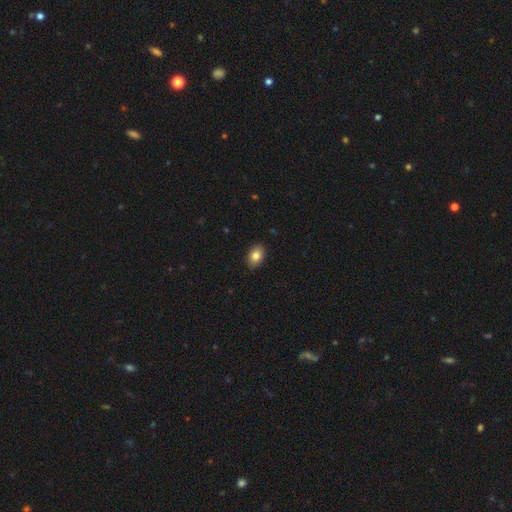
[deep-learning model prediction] Q: Smooth or featured?
A: smooth (84%); runner-up: star or artifact (9%)
Q: How rounded?
A: in between (83%); runner-up: round (15%)
Q: Merging?
A: none (89%); runner-up: minor disturbance (9%)